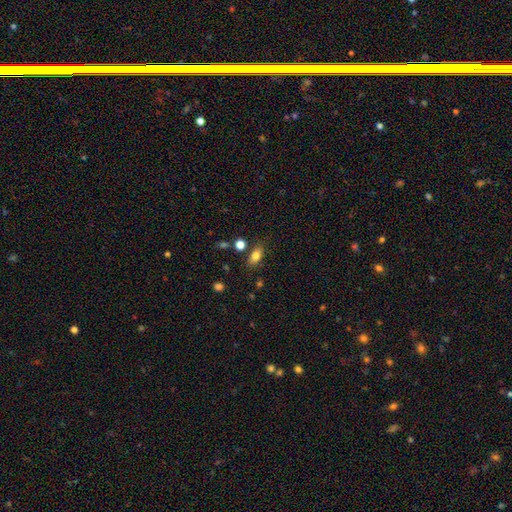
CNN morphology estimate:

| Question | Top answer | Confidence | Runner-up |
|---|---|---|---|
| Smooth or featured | smooth | 81% | star or artifact (10%) |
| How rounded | in between | 83% | round (11%) |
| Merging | none | 76% | minor disturbance (14%) |